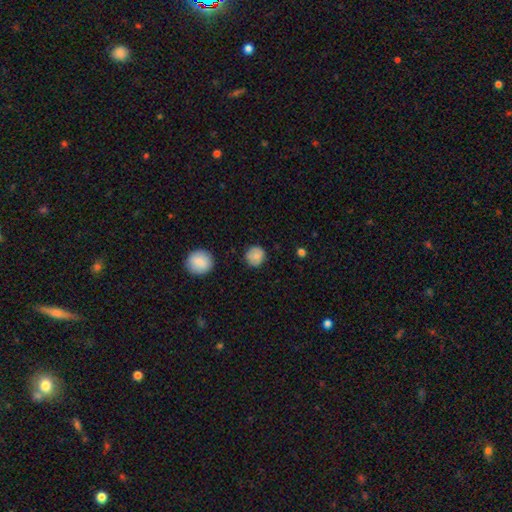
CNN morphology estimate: Q: Smooth or featured?
A: smooth (82%); runner-up: featured or disk (10%)
Q: How rounded?
A: round (90%); runner-up: in between (9%)
Q: Merging?
A: none (83%); runner-up: minor disturbance (12%)